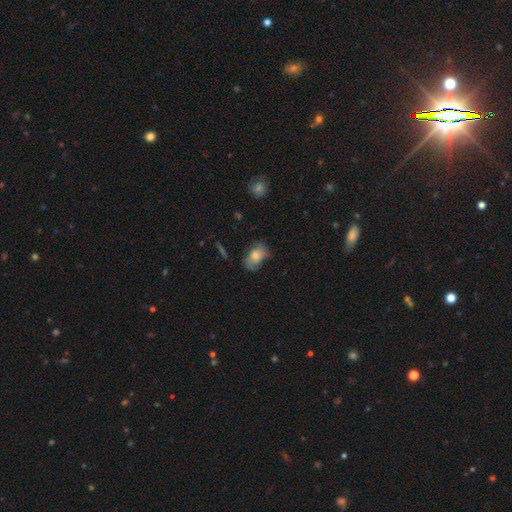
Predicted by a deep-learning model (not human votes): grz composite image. It shows a smooth galaxy with no disk features (74%) that is in between round and cigar-shaped (86%). Merging: none (55%).